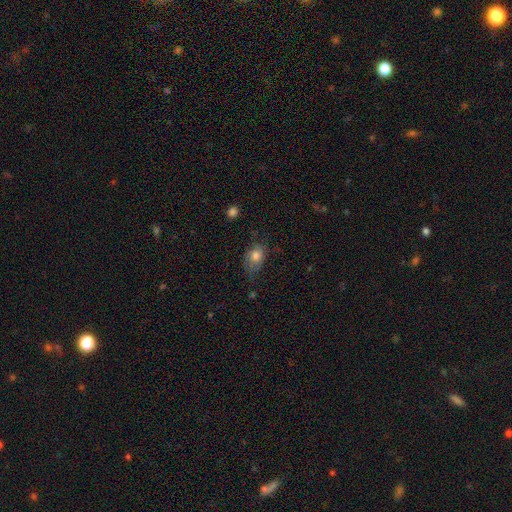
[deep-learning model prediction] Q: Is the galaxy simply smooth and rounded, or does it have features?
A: smooth — 76%.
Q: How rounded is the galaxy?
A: in between — 74%.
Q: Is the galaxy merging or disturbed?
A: none — 51%.